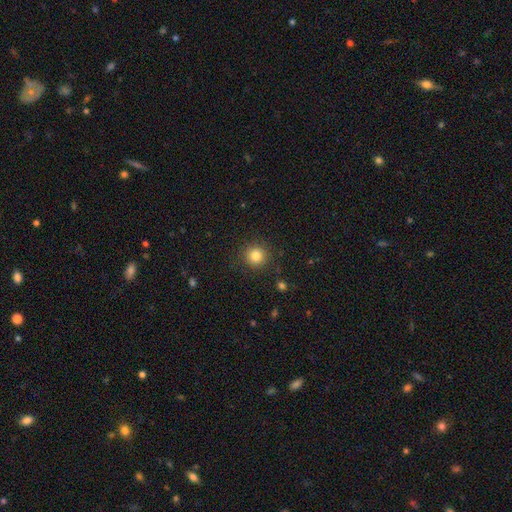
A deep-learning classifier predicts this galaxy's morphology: A smooth galaxy with no disk features (82%) that is round (94%).

Vote fractions:
- Smooth or featured? smooth: 82% / star or artifact: 12% / featured or disk: 6%
- How rounded? round: 94% / in between: 5% / cigar-shaped: 1%
- Merging? none: 90% / minor disturbance: 6% / major disturbance: 2% / merger: 1%